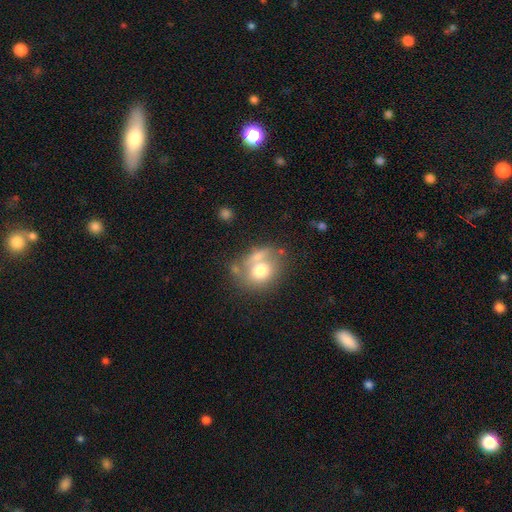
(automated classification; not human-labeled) smooth_or_featured: smooth (p=0.54) [alt: featured or disk p=0.31]
how_rounded: round (p=0.63) [alt: in between p=0.35]
merging: none (p=0.41) [alt: merger p=0.33]